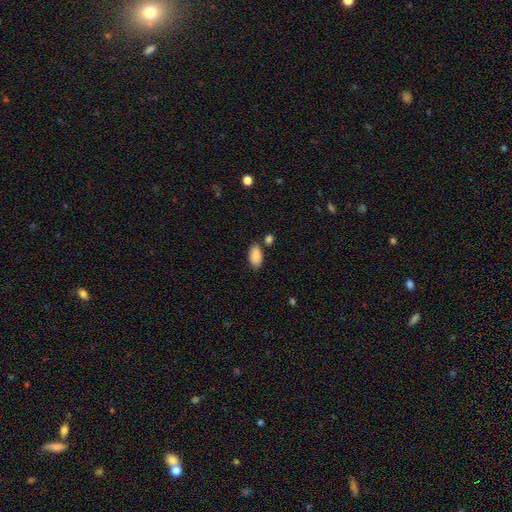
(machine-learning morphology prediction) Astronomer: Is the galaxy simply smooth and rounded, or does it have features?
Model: smooth — 86%.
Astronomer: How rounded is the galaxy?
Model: in between — 94%.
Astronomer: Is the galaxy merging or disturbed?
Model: none — 79%.